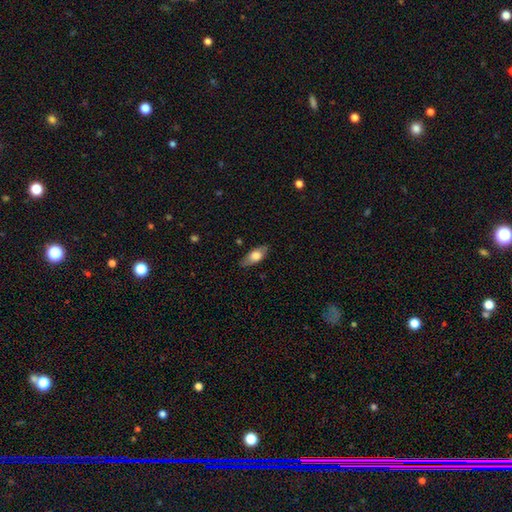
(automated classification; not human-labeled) The model was most divided on "smooth or featured": smooth: 68%, featured or disk: 26%, star or artifact: 6%. More confident: merging — none (81%); how rounded — in between (81%).